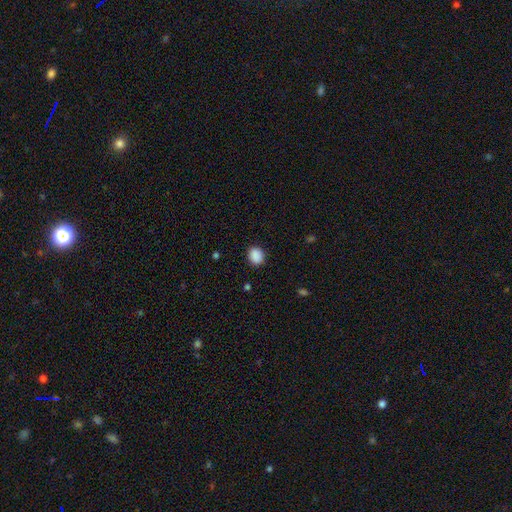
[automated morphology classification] smooth-or-featured: smooth: 89% | star or artifact: 9% | featured or disk: 2%
  how-rounded: round: 62% | in between: 37% | cigar-shaped: 1%
  merging: none: 88% | minor disturbance: 9% | major disturbance: 3% | merger: 1%